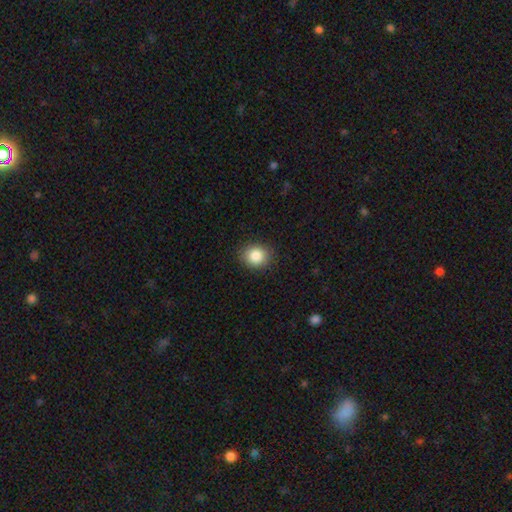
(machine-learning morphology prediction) A smooth galaxy with no disk features (85%) that is round (71%). Merging: none (88%).